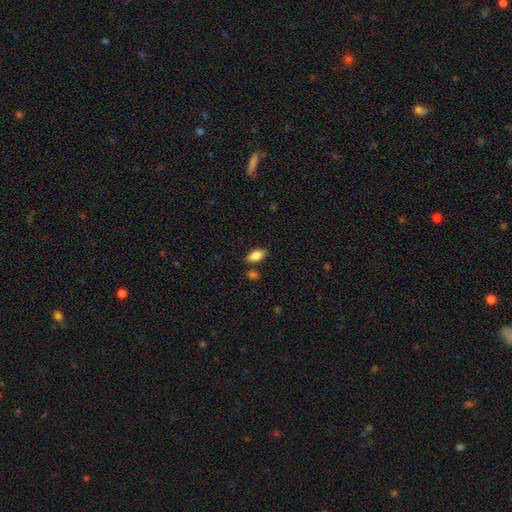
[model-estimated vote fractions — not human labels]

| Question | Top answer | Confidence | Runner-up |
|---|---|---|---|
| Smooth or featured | smooth | 86% | star or artifact (7%) |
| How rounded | in between | 92% | cigar-shaped (4%) |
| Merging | none | 81% | minor disturbance (11%) |